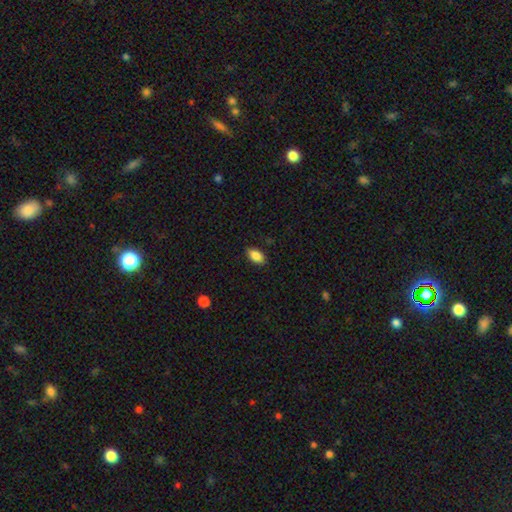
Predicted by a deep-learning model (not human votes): Q: Smooth or featured?
A: smooth (87%); runner-up: star or artifact (8%)
Q: How rounded?
A: in between (91%); runner-up: round (6%)
Q: Merging?
A: none (87%); runner-up: minor disturbance (10%)